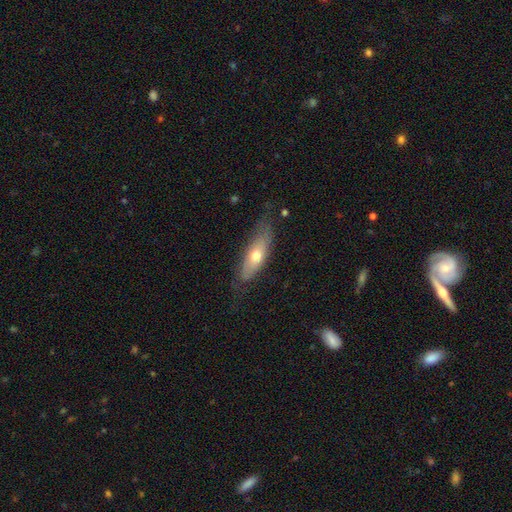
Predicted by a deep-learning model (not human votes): Q: Smooth or featured?
A: smooth (55%); runner-up: featured or disk (39%)
Q: How rounded?
A: in between (53%); runner-up: cigar-shaped (44%)
Q: Merging?
A: none (66%); runner-up: minor disturbance (24%)